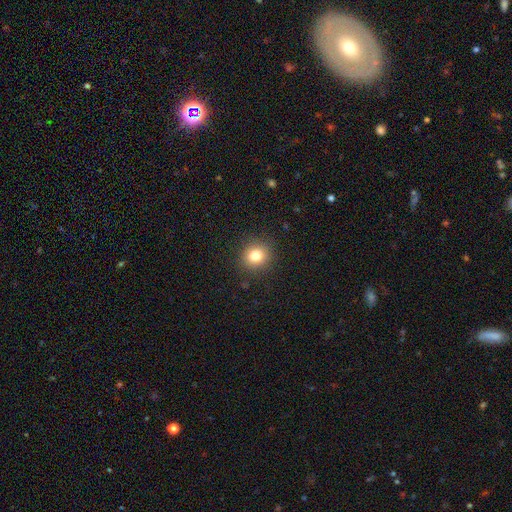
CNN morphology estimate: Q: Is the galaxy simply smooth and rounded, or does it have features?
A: smooth — 81%.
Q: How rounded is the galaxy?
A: round — 84%.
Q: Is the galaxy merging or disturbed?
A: none — 90%.